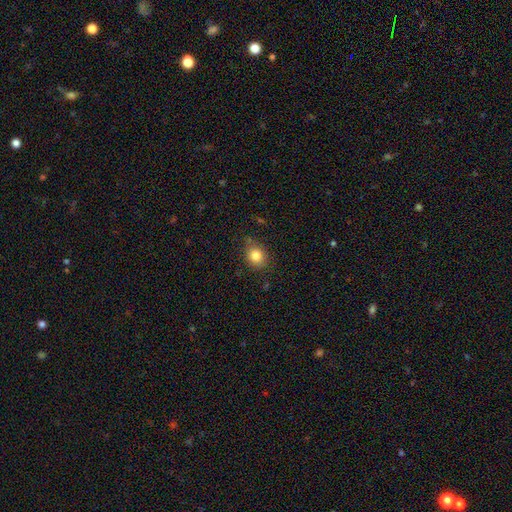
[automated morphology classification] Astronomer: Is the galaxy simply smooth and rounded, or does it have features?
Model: smooth — 83%.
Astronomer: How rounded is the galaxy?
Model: round — 62% (runner-up: in between, 37%).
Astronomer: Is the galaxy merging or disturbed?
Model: none — 79%.